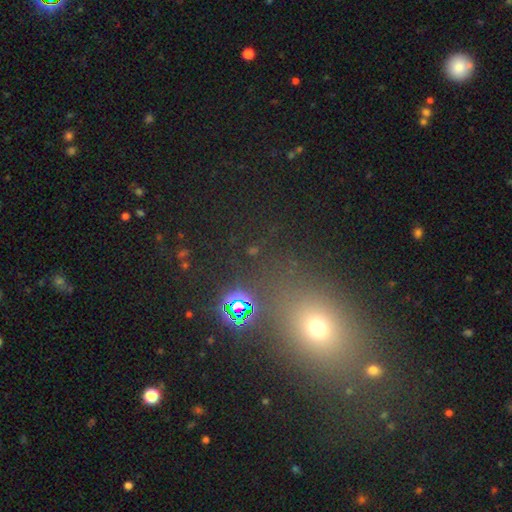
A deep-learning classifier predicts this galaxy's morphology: This appears to be a star or artifact, not a galaxy (45%).